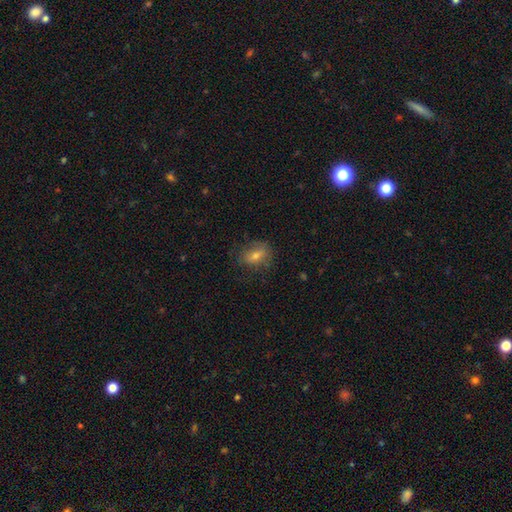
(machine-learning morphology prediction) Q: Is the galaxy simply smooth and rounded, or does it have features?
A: smooth — 61%.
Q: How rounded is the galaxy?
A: in between — 69%.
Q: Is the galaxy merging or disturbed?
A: none — 71%.